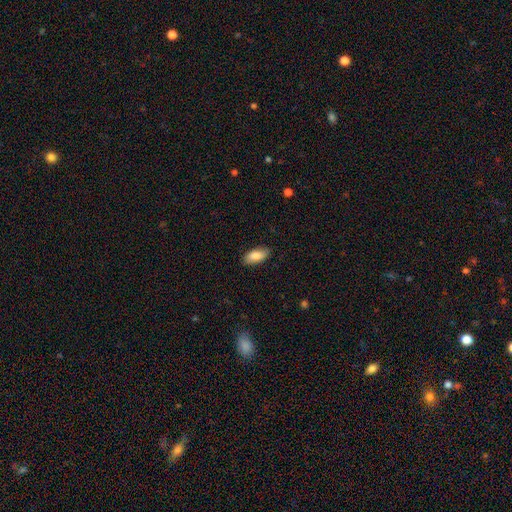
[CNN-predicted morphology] The model was most divided on "merging": none: 86%, minor disturbance: 11%, major disturbance: 2%, merger: 1%. More confident: how rounded — in between (90%); smooth or featured — smooth (85%).